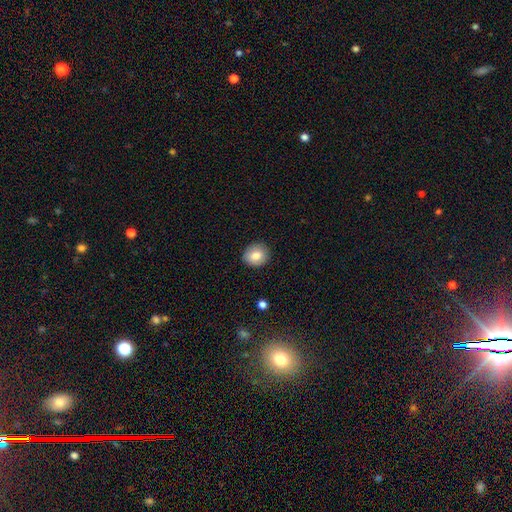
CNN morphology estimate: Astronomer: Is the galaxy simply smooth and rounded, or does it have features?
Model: smooth — 82%.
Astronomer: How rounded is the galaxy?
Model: round — 77%.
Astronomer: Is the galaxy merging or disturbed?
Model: none — 87%.